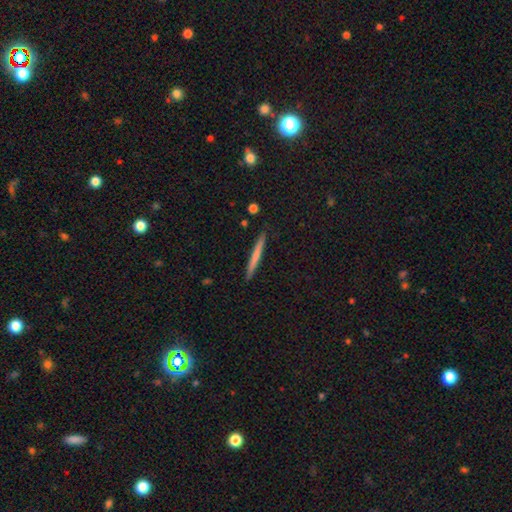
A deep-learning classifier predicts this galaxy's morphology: This appears to be a smooth galaxy with no disk features (64%) that is cigar-shaped (97%). Merging: none (91%).